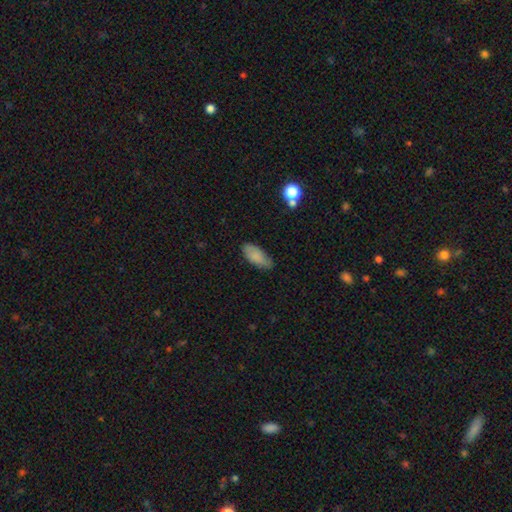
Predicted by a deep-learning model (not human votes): Smooth or featured? smooth (83%)
How rounded? in between (85%)
Merging? none (73%)